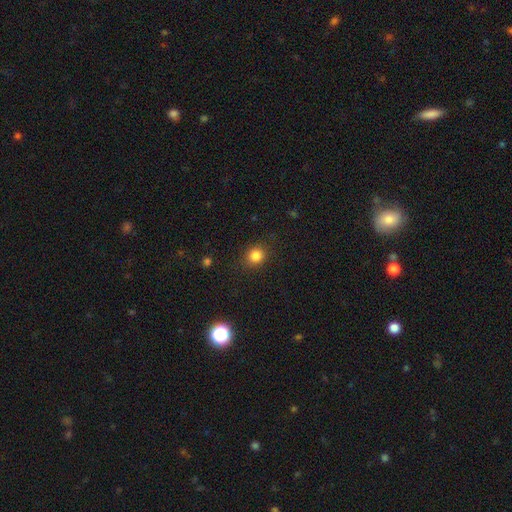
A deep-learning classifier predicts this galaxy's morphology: Smooth or featured? smooth (83%)
How rounded? round (77%)
Merging? none (86%)